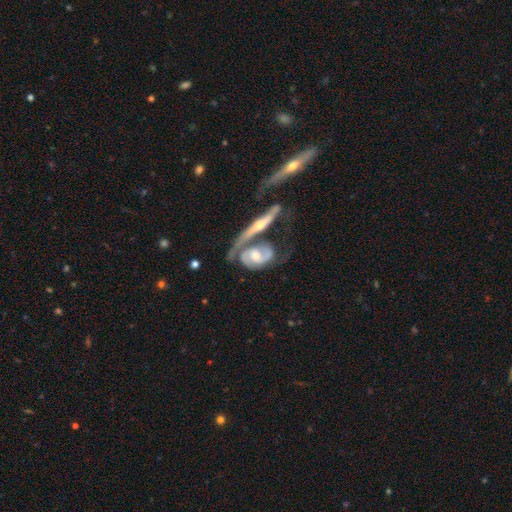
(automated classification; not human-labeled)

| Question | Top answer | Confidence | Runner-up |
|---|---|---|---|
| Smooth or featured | featured or disk | 81% | smooth (15%) |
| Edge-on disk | no | 87% | yes (13%) |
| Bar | no | 56% | weak (31%) |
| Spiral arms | yes | 91% | no (9%) |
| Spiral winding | tight | 45% | medium (40%) |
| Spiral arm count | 2 | 74% | can't tell (11%) |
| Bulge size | moderate | 64% | small (25%) |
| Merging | merger | 47% | none (28%) |